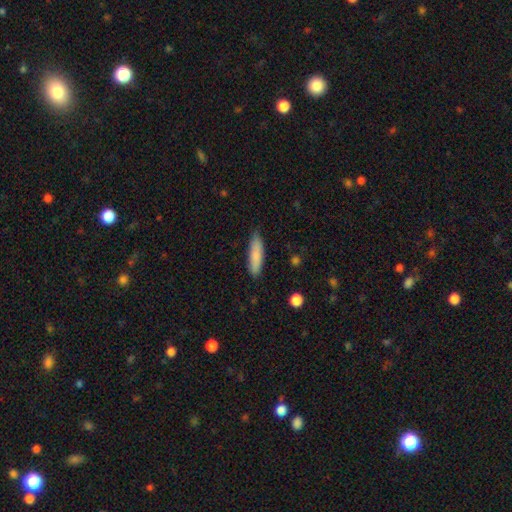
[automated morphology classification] A smooth galaxy with no disk features (83%) that is cigar-shaped (70%). Merging: none (83%).